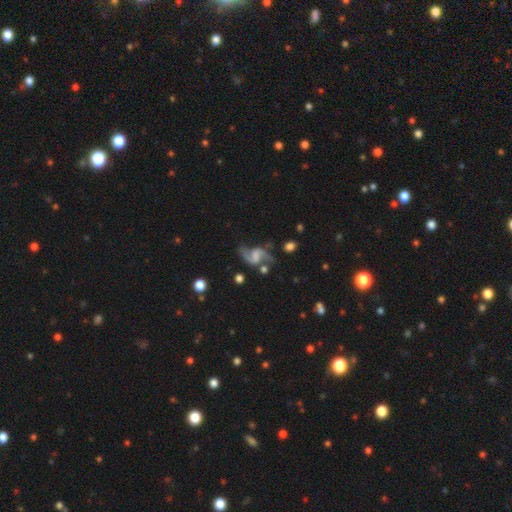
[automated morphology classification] This appears to be a featured or disk galaxy (87%) with a weak bar (50%), 2 (92%) loose (69%) spiral arms (95%) and no central bulge (50%). Merging: none (63%).